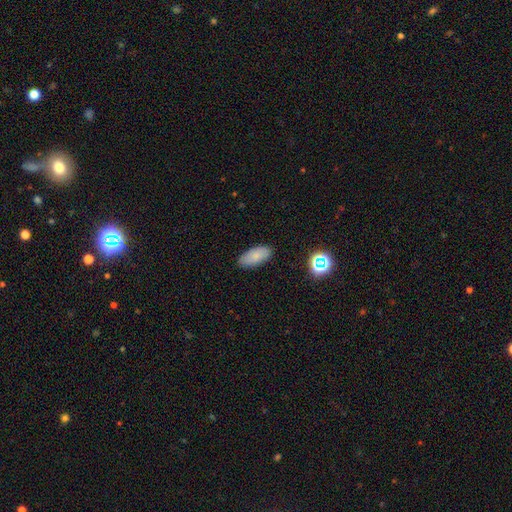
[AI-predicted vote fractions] smooth 83%, featured or disk 9%, star or artifact 9%. Down the decision tree: how rounded — in between (91%); merging — none (86%).